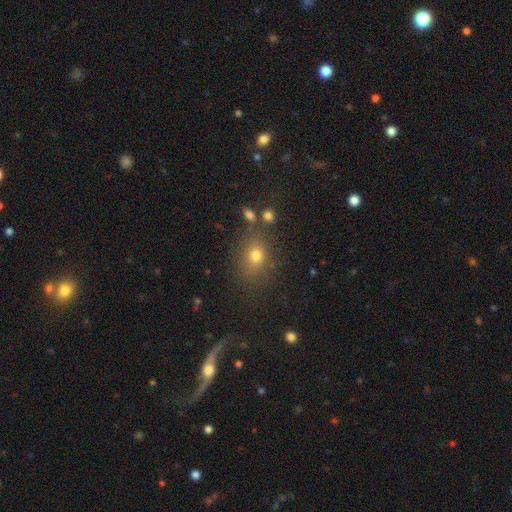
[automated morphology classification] Smooth or featured? Predicted: smooth (p=0.73). How rounded? Predicted: in between (p=0.53). Merging? Predicted: none (p=0.76).